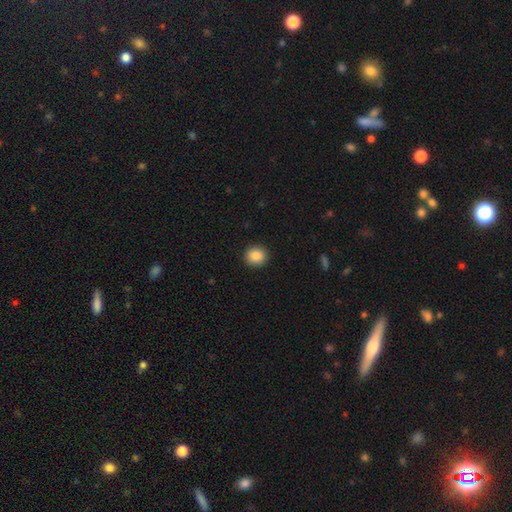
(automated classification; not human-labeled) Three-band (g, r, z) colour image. It shows a smooth galaxy with no disk features (87%) that is round (88%). Merging: none (92%).